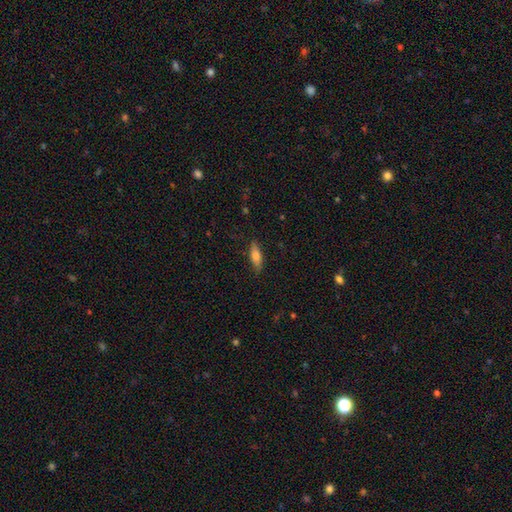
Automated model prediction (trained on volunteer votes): Morphology: type=smooth (74%); roundness=in between (57%); merging=none (83%).